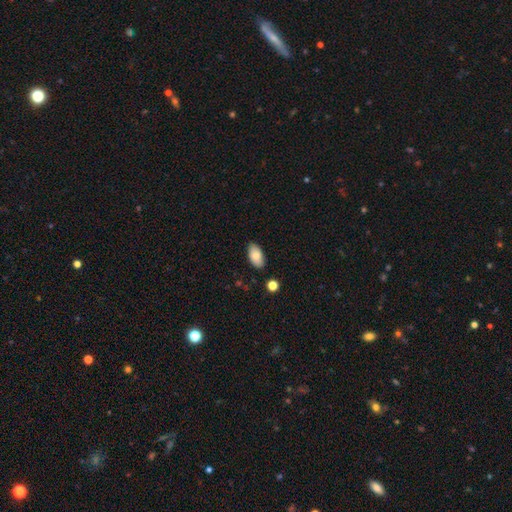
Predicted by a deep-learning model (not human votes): Smooth or featured?
  - smooth: 84% *
  - featured or disk: 9%
  - star or artifact: 7%
How rounded?
  - in between: 94% *
  - cigar-shaped: 3%
  - round: 3%
Merging?
  - none: 85% *
  - minor disturbance: 11%
  - major disturbance: 2%
  - merger: 2%